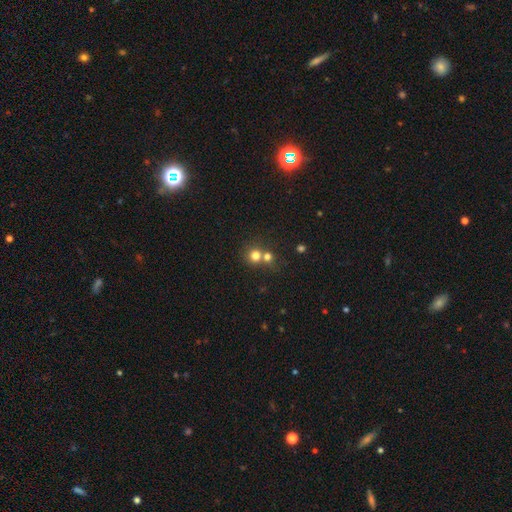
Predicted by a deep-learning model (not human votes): This appears to be a smooth galaxy with no disk features (76%) that is round (88%). Merging: none (47%).